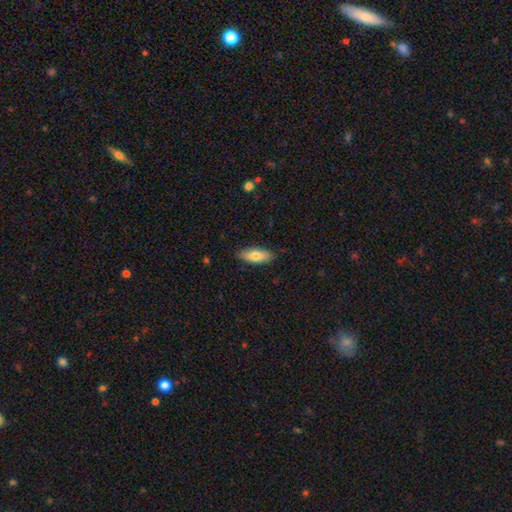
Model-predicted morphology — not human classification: The model was most divided on "how rounded": in between: 76%, cigar-shaped: 22%, round: 2%. More confident: merging — none (83%); smooth or featured — smooth (75%).